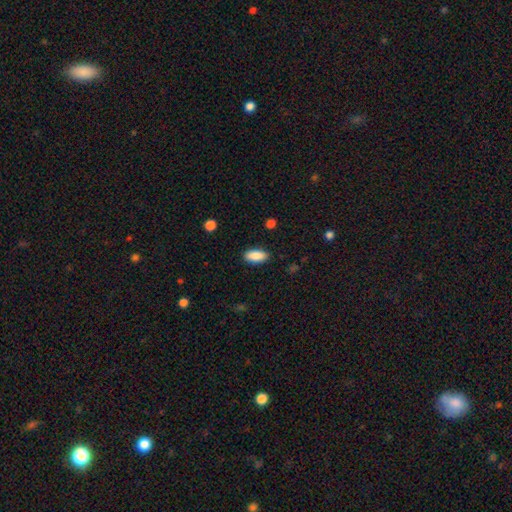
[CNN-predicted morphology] The model was most divided on "how rounded": in between: 88%, cigar-shaped: 10%, round: 2%. More confident: smooth or featured — smooth (89%); merging — none (88%).